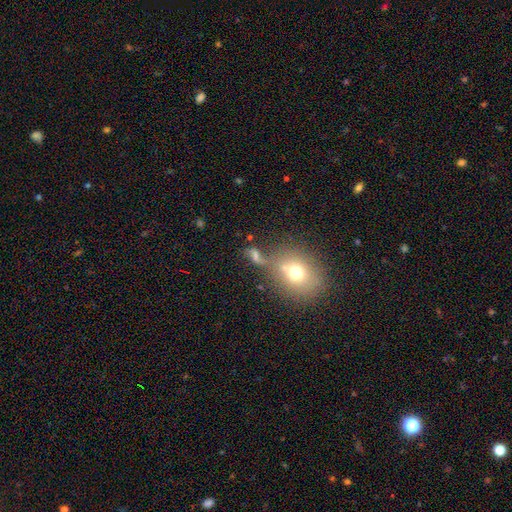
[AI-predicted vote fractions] A smooth galaxy with no disk features (55%) that is in between round and cigar-shaped (54%). Merging: none (41%).